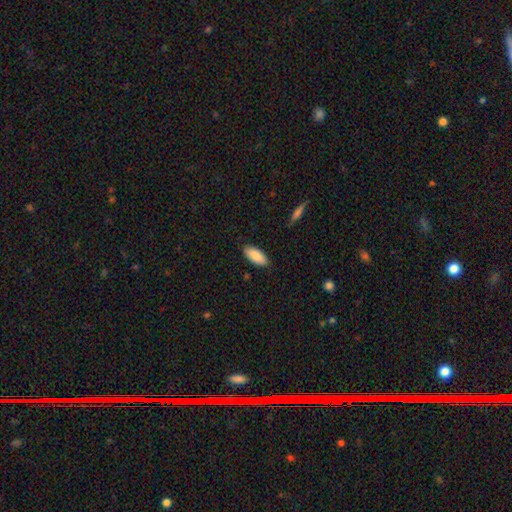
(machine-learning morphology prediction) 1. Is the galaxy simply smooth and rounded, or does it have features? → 87% smooth, 7% featured or disk, 6% star or artifact.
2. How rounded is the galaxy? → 86% in between, 12% cigar-shaped, 2% round.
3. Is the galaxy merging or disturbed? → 86% none, 10% minor disturbance, 2% major disturbance, 1% merger.